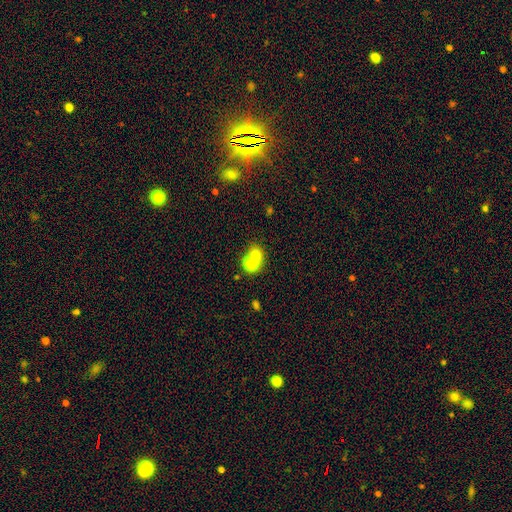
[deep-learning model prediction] smooth 71%, featured or disk 15%, star or artifact 14%. Down the decision tree: how rounded — round (63%); merging — merger (55%).